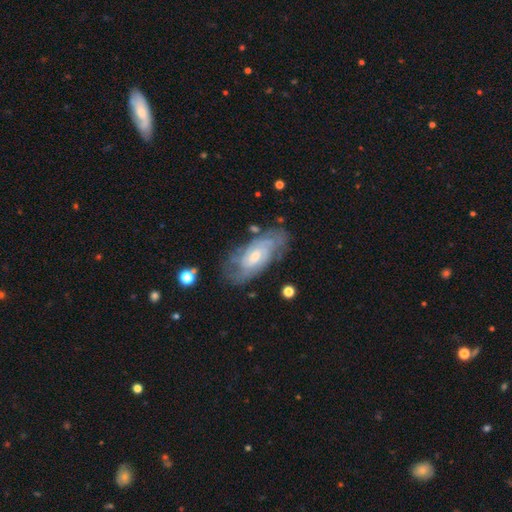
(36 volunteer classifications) Overall: featured or disk (92%). Edge-on disk: no (97%). Bar: no (56%; weak 41%). Spiral arms: yes (84%). Spiral arm count: can't tell (41%; 2 33%). Spiral winding: tight (78%). Bulge size: moderate (50%; small 41%). Merging: none (76%).